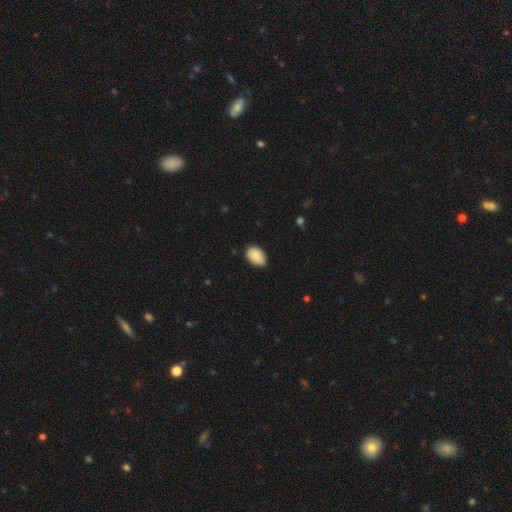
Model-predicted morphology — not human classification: smooth 85%, featured or disk 9%, star or artifact 6%. Down the decision tree: how rounded — in between (88%); merging — none (80%).